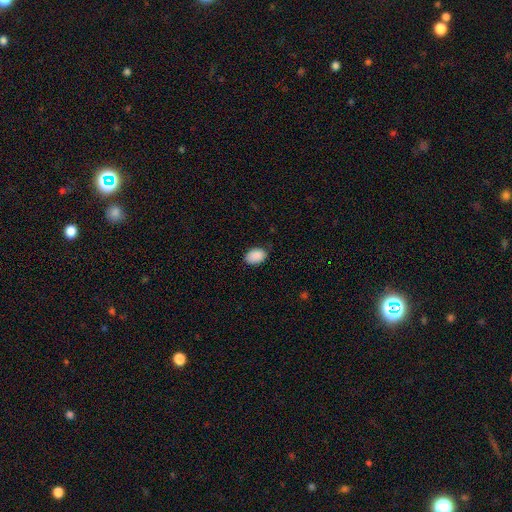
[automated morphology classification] The model was most divided on "merging": none: 78%, minor disturbance: 18%, major disturbance: 3%, merger: 1%. More confident: smooth or featured — smooth (90%); how rounded — in between (85%).